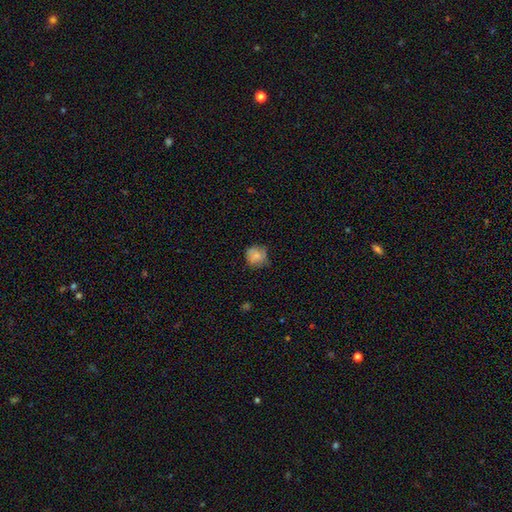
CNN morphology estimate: smooth 76%, featured or disk 15%, star or artifact 9%. Down the decision tree: how rounded — round (84%); merging — none (64%).